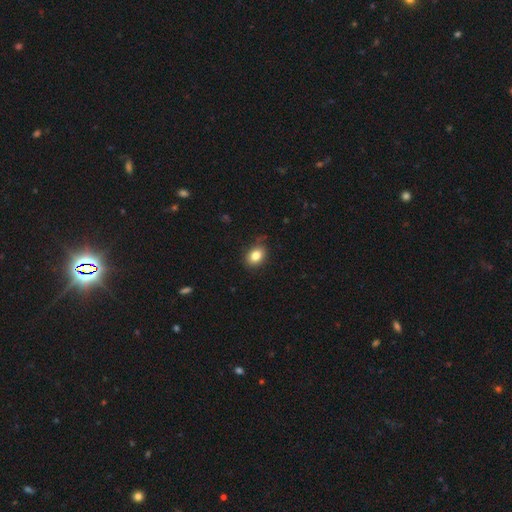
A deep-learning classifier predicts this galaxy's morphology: type=smooth (83%); roundness=in between (66%); merging=none (80%).